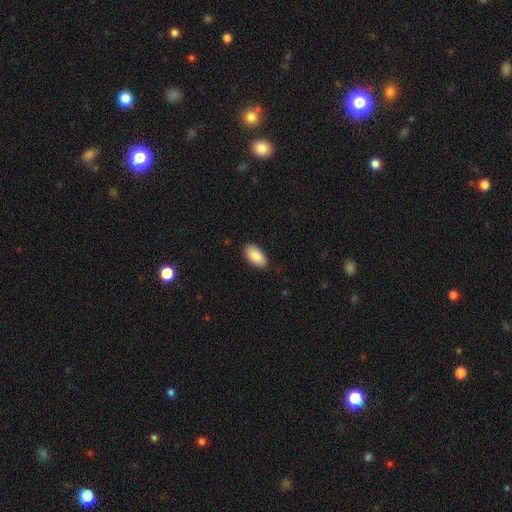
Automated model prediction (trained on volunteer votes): Smooth or featured?
  - smooth: 87% *
  - featured or disk: 7%
  - star or artifact: 6%
How rounded?
  - in between: 95% *
  - cigar-shaped: 3%
  - round: 2%
Merging?
  - none: 85% *
  - minor disturbance: 12%
  - major disturbance: 2%
  - merger: 1%